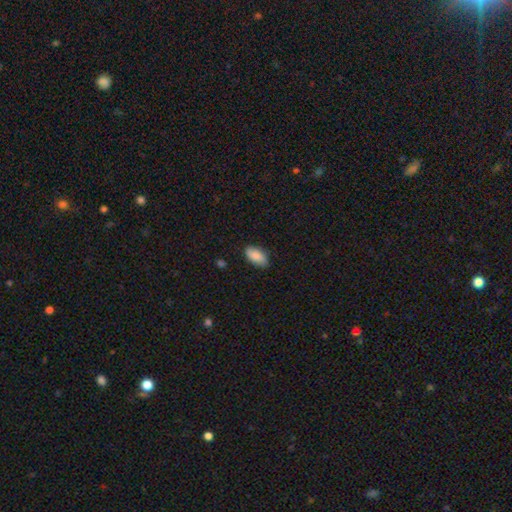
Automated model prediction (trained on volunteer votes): Overall: smooth (87%). How rounded: in between (93%). Merging: none (81%).